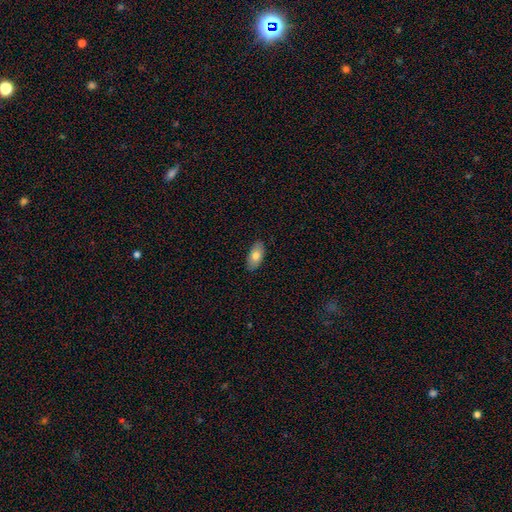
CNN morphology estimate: The model was most divided on "smooth or featured": smooth: 76%, featured or disk: 18%, star or artifact: 6%. More confident: how rounded — in between (93%); merging — none (89%).